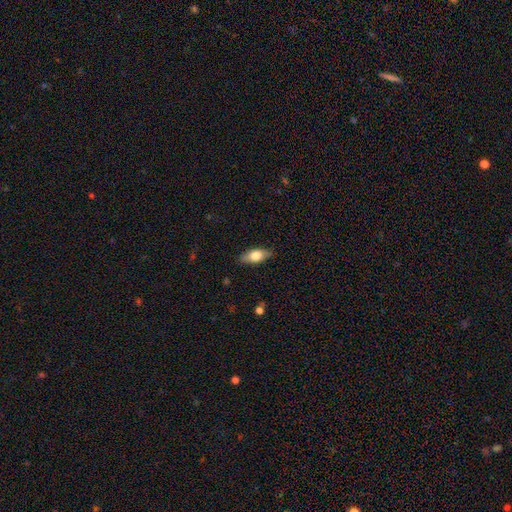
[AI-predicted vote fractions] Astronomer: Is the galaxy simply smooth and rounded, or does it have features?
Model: smooth — 69%.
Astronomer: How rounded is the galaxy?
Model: in between — 83%.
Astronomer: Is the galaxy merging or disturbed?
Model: none — 83%.